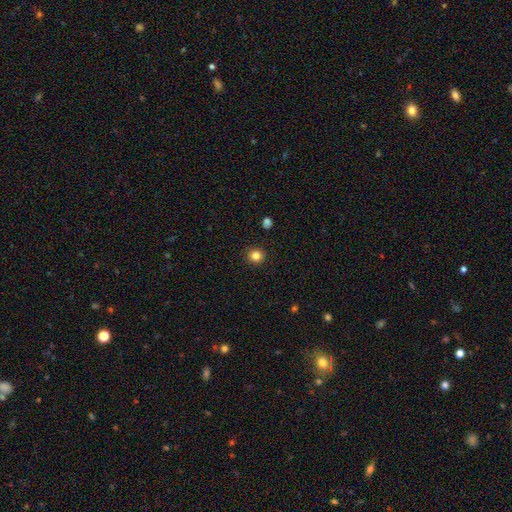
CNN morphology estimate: The model was most divided on "smooth or featured": smooth: 84%, star or artifact: 12%, featured or disk: 4%. More confident: merging — none (92%); how rounded — round (91%).